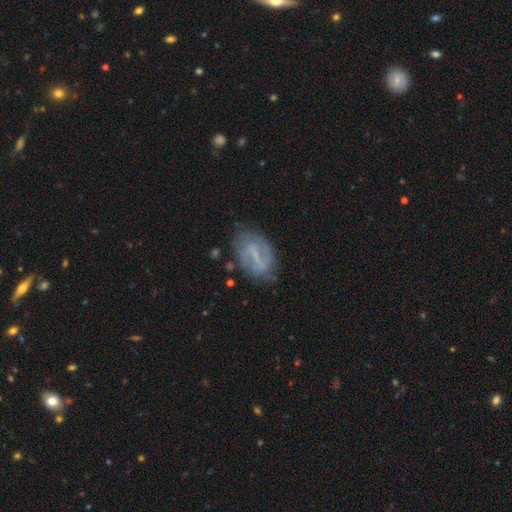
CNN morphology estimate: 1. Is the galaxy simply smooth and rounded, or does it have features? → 71% featured or disk, 21% smooth, 8% star or artifact.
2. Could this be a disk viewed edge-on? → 96% no, 4% yes.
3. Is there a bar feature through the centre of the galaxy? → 47% weak, 36% strong, 17% no.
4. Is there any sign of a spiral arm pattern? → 78% yes, 22% no.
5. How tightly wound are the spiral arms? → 42% medium, 29% loose, 29% tight.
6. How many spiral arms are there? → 75% 2, 16% can't tell, 3% 1, 2% 3, 1% 4, 1% more than 4.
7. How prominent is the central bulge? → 49% small, 38% none, 11% moderate, 1% large, 1% dominant.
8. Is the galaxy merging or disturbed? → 71% none, 19% minor disturbance, 8% major disturbance, 3% merger.